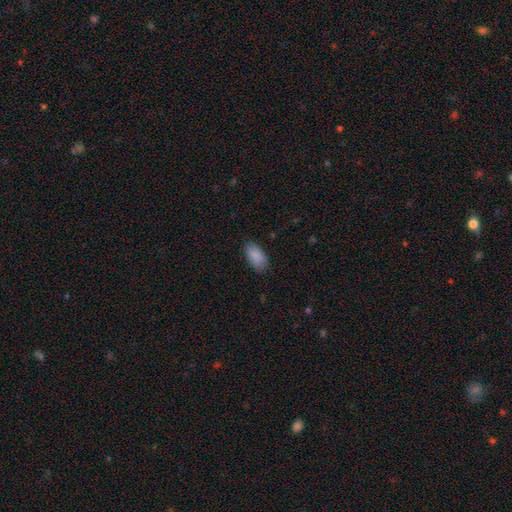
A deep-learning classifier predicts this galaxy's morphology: smooth 88%, star or artifact 7%, featured or disk 5%. Down the decision tree: how rounded — in between (93%); merging — none (82%).